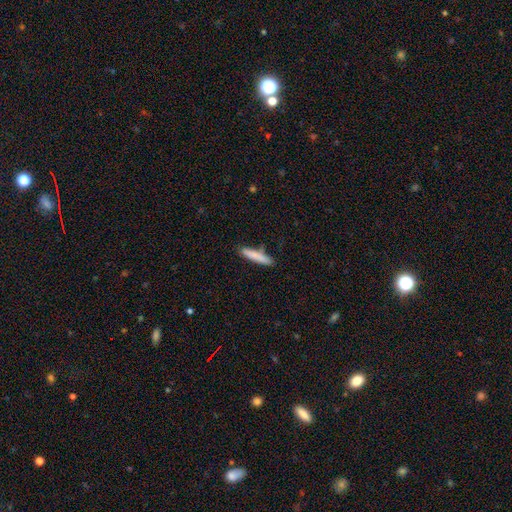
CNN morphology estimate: This appears to be a smooth galaxy with no disk features (81%) that is cigar-shaped (89%). Merging: none (81%).